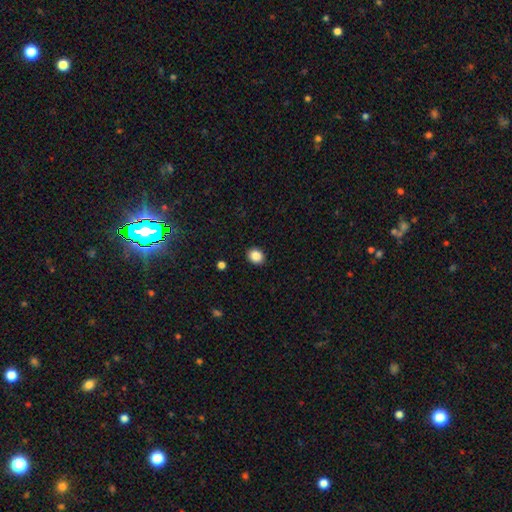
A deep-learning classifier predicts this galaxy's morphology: The model was most divided on "how rounded": round: 69%, in between: 30%, cigar-shaped: 1%. More confident: merging — none (91%); smooth or featured — smooth (87%).